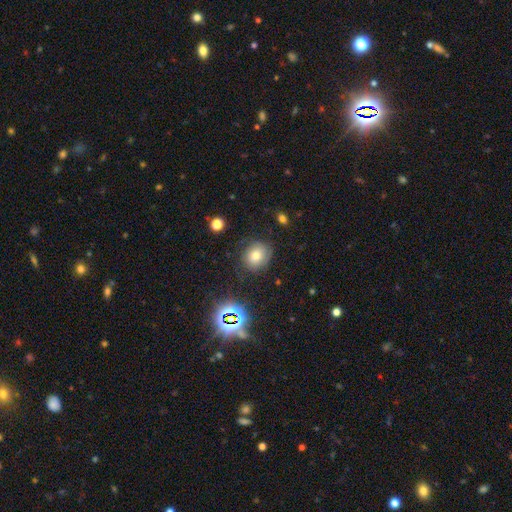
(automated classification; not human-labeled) smooth-or-featured: smooth: 62% | featured or disk: 20% | star or artifact: 18%
  how-rounded: round: 74% | in between: 25% | cigar-shaped: 1%
  merging: none: 76% | minor disturbance: 17% | major disturbance: 6% | merger: 2%